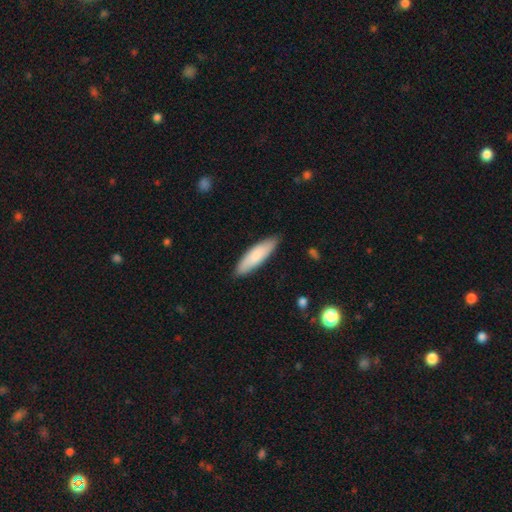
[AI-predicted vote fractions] The model was most divided on "how rounded": cigar-shaped: 62%, in between: 36%, round: 1%. More confident: merging — none (87%); smooth or featured — smooth (81%).